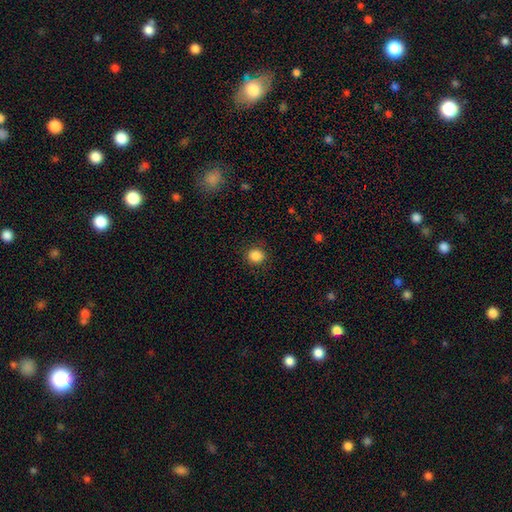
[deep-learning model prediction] Morphology: type=smooth (87%); roundness=round (88%); merging=none (89%).